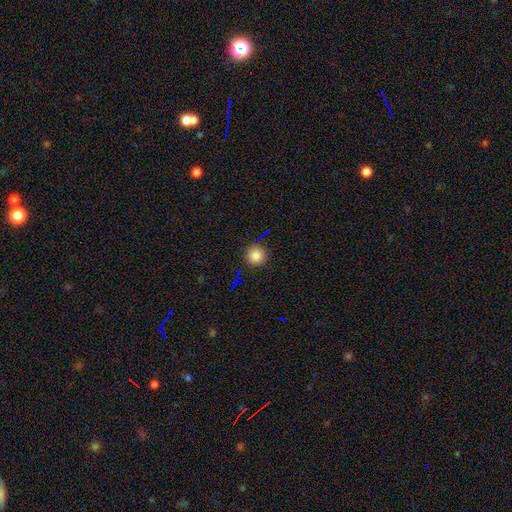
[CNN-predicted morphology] Overall: smooth (82%). How rounded: round (95%). Merging: none (90%).